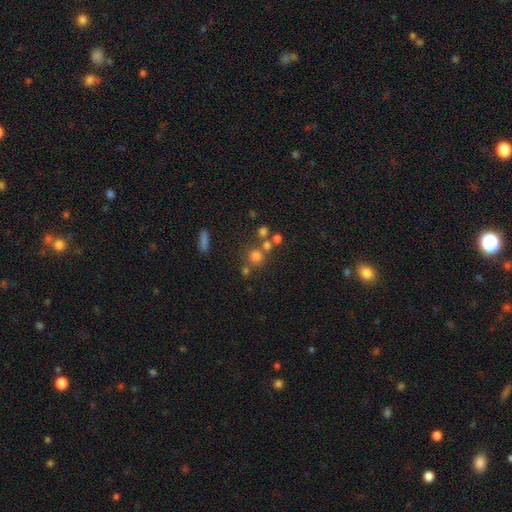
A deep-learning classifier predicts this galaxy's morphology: A smooth galaxy with no disk features (70%) that is round (90%). Merging: none (63%).